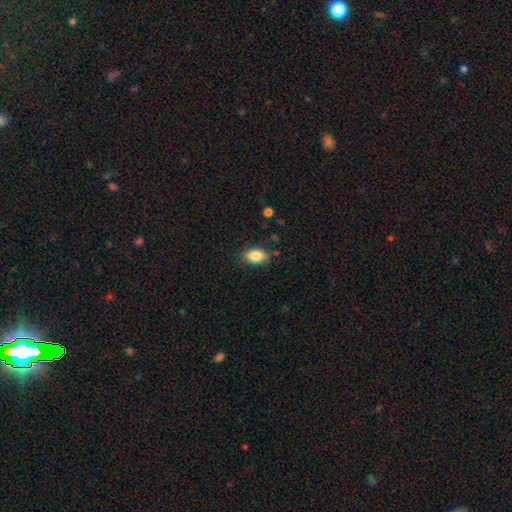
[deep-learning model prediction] Smooth or featured: smooth — 86% (star or artifact — 8%)
How rounded: in between — 87% (round — 11%)
Merging: none — 83% (minor disturbance — 13%)